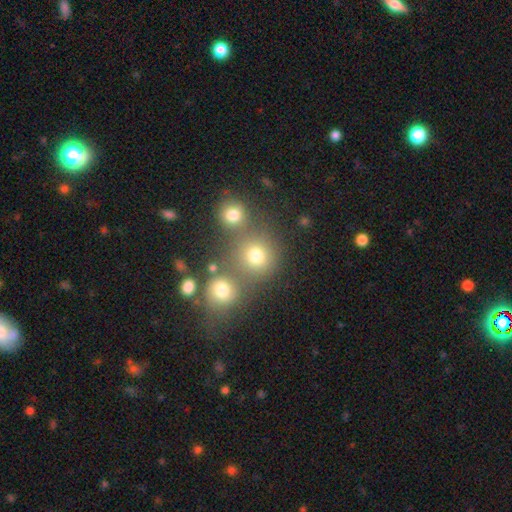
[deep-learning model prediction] Smooth or featured?
  - smooth: 77% *
  - star or artifact: 16%
  - featured or disk: 7%
How rounded?
  - round: 90% *
  - in between: 9%
  - cigar-shaped: 1%
Merging?
  - none: 61% *
  - merger: 29%
  - minor disturbance: 7%
  - major disturbance: 4%